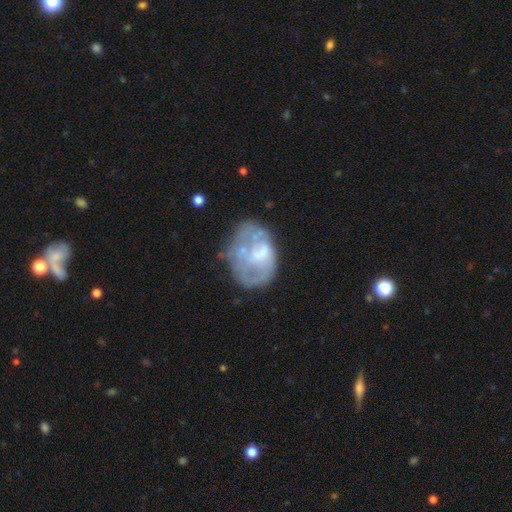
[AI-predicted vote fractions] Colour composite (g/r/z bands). It shows a featured or disk galaxy (56%) with no bar (73%), no spiral arms (72%) and a moderate central bulge (33%, tied with none). Merging: none (43%).